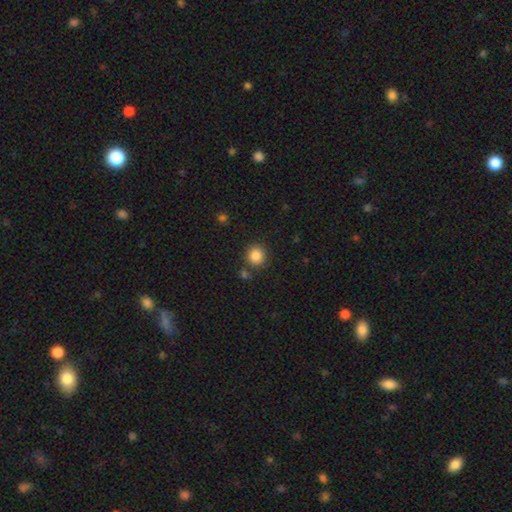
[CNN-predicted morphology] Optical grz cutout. It shows a smooth galaxy with no disk features (86%) that is round (90%). Merging: none (81%).